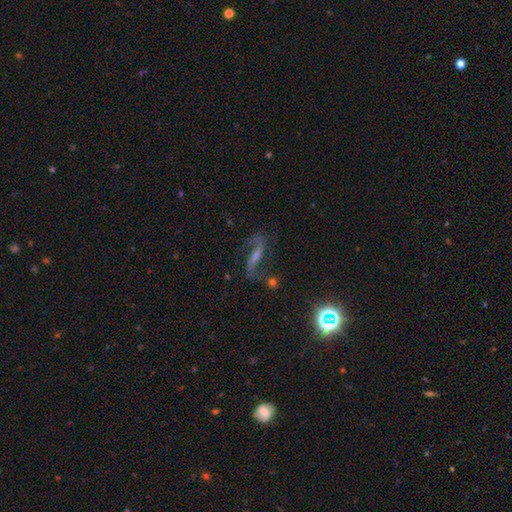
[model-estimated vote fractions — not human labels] Smooth or featured: featured or disk — 75% (star or artifact — 15%)
Edge-on disk: no — 88% (yes — 12%)
Bar: strong — 45% (weak — 35%)
Spiral arms: yes — 94% (no — 6%)
Spiral winding: loose — 68% (medium — 24%)
Spiral arm count: 2 — 91% (1 — 3%)
Bulge size: small — 46% (moderate — 33%)
Merging: none — 71% (minor disturbance — 14%)